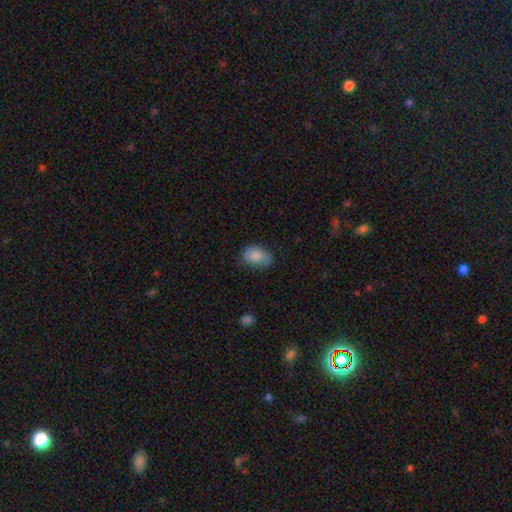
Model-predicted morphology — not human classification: Smooth or featured: smooth — 82% (featured or disk — 10%)
How rounded: in between — 80% (round — 19%)
Merging: none — 62% (minor disturbance — 28%)